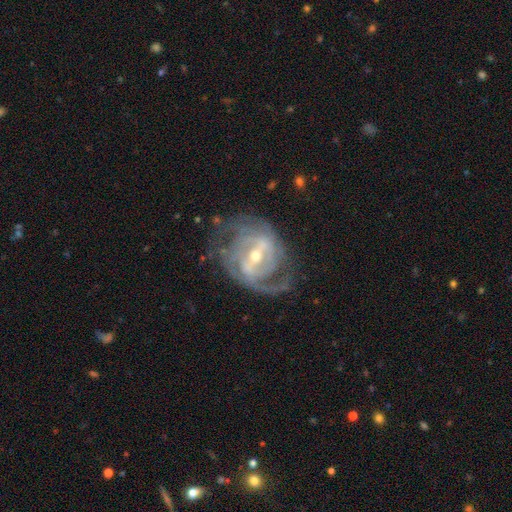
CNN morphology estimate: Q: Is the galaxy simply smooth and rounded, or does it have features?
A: featured or disk — 90%.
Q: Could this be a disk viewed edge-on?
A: no — 97%.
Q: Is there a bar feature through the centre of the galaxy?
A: strong — 48%.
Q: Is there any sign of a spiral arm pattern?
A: yes — 95%.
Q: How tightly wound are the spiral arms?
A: tight — 43%, tied with medium.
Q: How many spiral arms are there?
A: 2 — 44%.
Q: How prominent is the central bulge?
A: small — 51%.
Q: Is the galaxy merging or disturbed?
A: none — 64%.